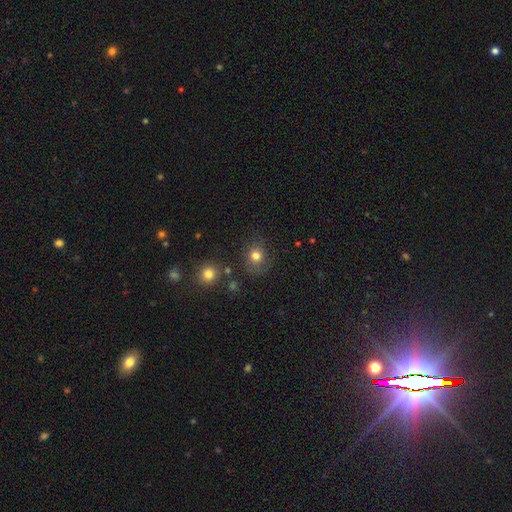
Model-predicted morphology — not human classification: smooth_or_featured: smooth (p=0.77) [alt: star or artifact p=0.15]
how_rounded: round (p=0.80) [alt: in between p=0.19]
merging: none (p=0.74) [alt: minor disturbance p=0.15]